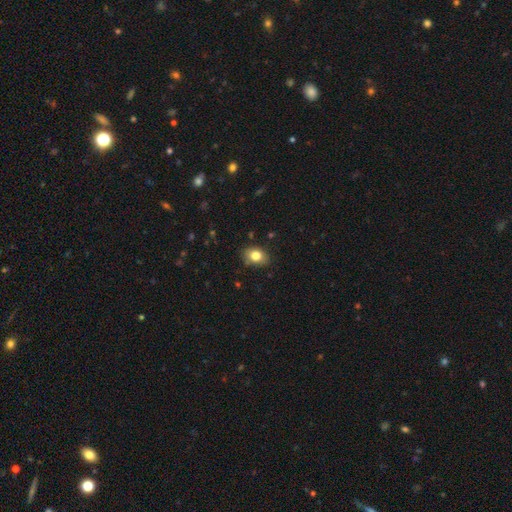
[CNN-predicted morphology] A smooth galaxy with no disk features (82%) that is in between round and cigar-shaped (70%).

Vote fractions:
- Smooth or featured? smooth: 82% / featured or disk: 10% / star or artifact: 9%
- How rounded? in between: 70% / round: 29% / cigar-shaped: 1%
- Merging? none: 81% / minor disturbance: 15% / major disturbance: 3% / merger: 1%